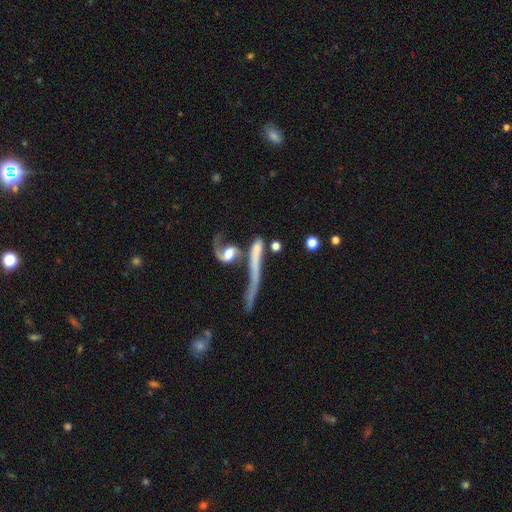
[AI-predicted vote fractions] smooth-or-featured: featured or disk: 57% | smooth: 33% | star or artifact: 10%
  disk-edge-on: no: 65% | yes: 35%
  merging: merger: 36% | none: 28% | major disturbance: 23% | minor disturbance: 13%